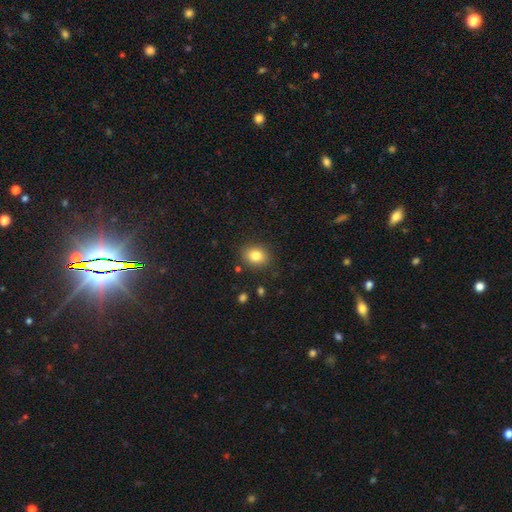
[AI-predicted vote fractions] The model was most divided on "how rounded": in between: 51%, round: 48%, cigar-shaped: 1%. More confident: merging — none (86%); smooth or featured — smooth (82%).